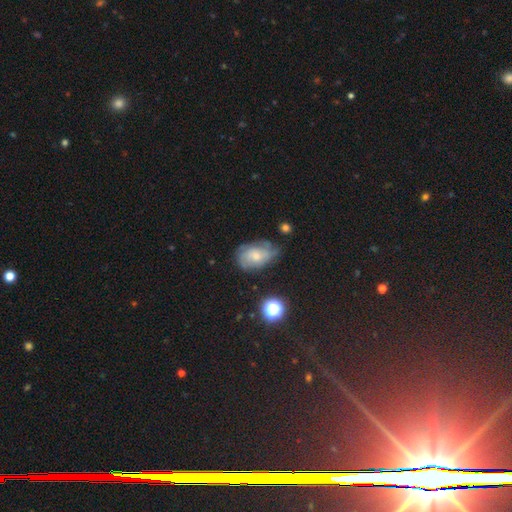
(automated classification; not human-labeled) Morphology: type=smooth (47%); merging=none (50%).